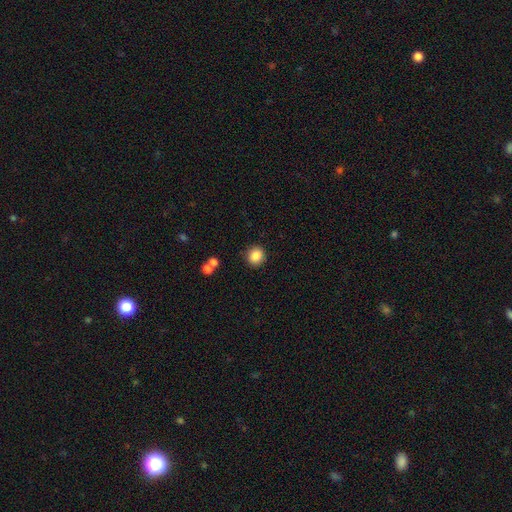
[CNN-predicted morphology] smooth 86%, star or artifact 10%, featured or disk 5%. Down the decision tree: how rounded — round (88%); merging — none (88%).